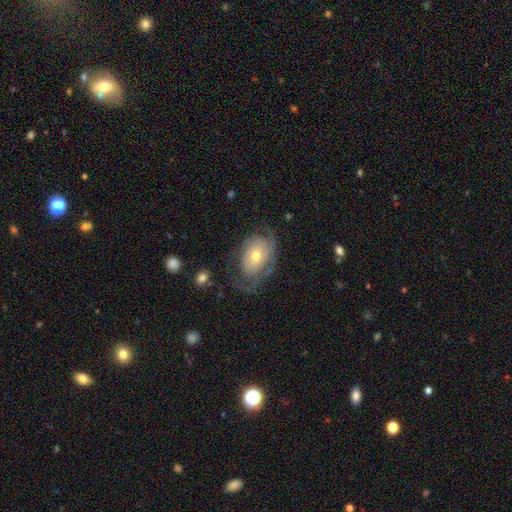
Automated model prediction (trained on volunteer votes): Smooth or featured? Predicted: featured or disk (p=0.61). Edge-on disk? Predicted: no (p=0.95). Bar? Predicted: no (p=0.79). Spiral arms? Predicted: yes (p=0.75). Bulge size? Predicted: moderate (p=0.57). Merging? Predicted: none (p=0.48).